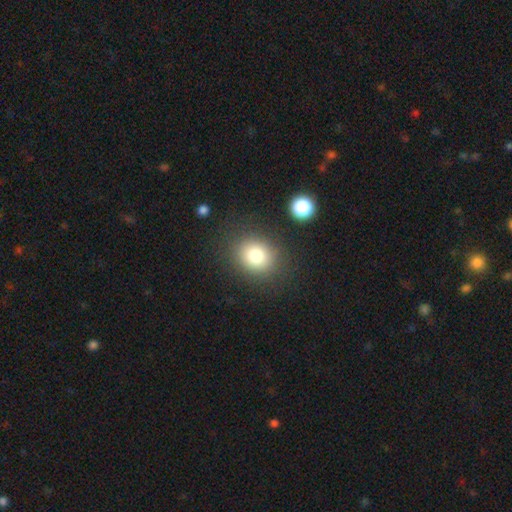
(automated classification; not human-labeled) Q: Smooth or featured?
A: smooth (79%); runner-up: star or artifact (12%)
Q: How rounded?
A: round (70%); runner-up: in between (30%)
Q: Merging?
A: none (85%); runner-up: minor disturbance (9%)